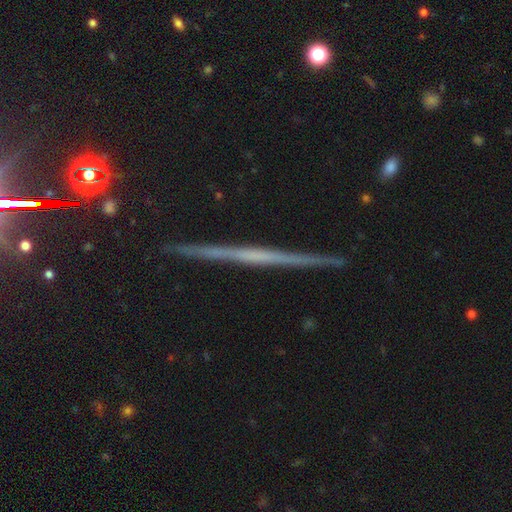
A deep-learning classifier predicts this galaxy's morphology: Overall: featured or disk (70%). Edge-on disk: yes (98%). Edge-on bulge: none (84%). Merging: none (92%).